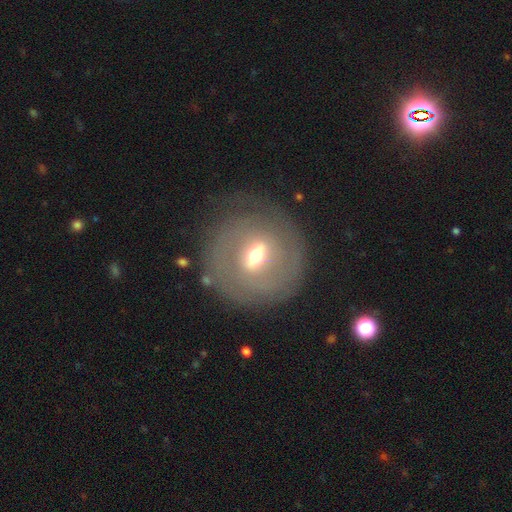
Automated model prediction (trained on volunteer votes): smooth_or_featured: featured or disk (p=0.68) [alt: smooth p=0.23]
disk_edge_on: no (p=0.83) [alt: yes p=0.17]
bar: strong (p=0.47) [alt: weak p=0.37]
has_spiral_arms: no (p=0.65) [alt: yes p=0.35]
bulge_size: moderate (p=0.61) [alt: small p=0.27]
merging: none (p=0.73) [alt: minor disturbance p=0.13]